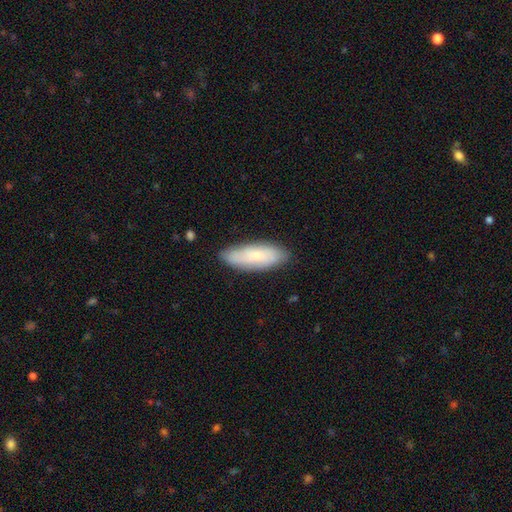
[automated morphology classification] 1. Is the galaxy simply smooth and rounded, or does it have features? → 69% smooth, 25% featured or disk, 6% star or artifact.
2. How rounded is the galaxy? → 65% in between, 33% cigar-shaped, 2% round.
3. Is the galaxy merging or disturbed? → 82% none, 14% minor disturbance, 2% major disturbance, 1% merger.